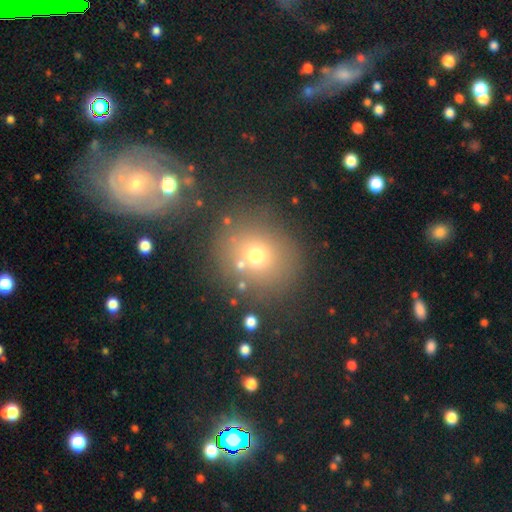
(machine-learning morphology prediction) Smooth or featured? Predicted: smooth (p=0.68). How rounded? Predicted: round (p=0.79). Merging? Predicted: none (p=0.77).